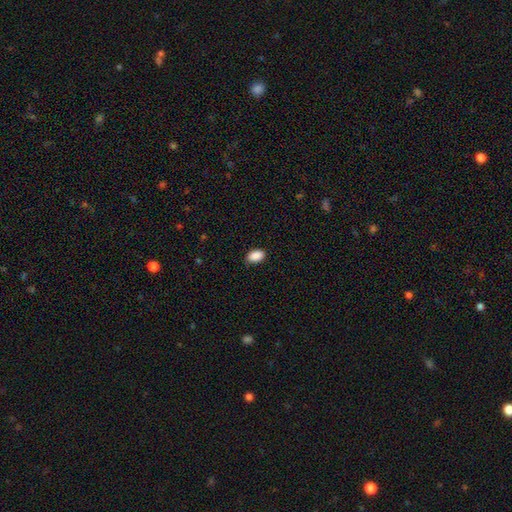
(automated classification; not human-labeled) A smooth galaxy with no disk features (90%) that is in between round and cigar-shaped (91%). Merging: none (82%).